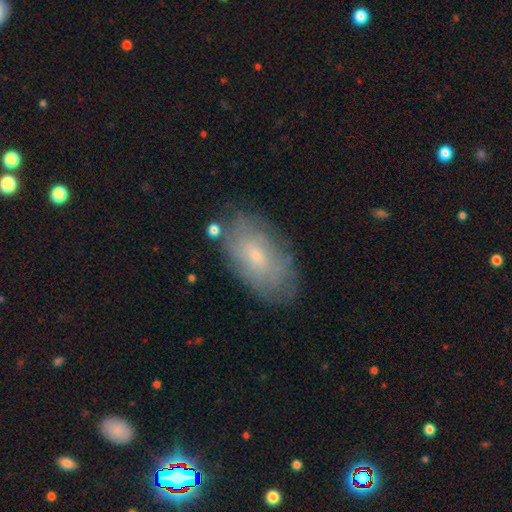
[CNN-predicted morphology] Smooth or featured? smooth (49%)
Merging? none (76%)